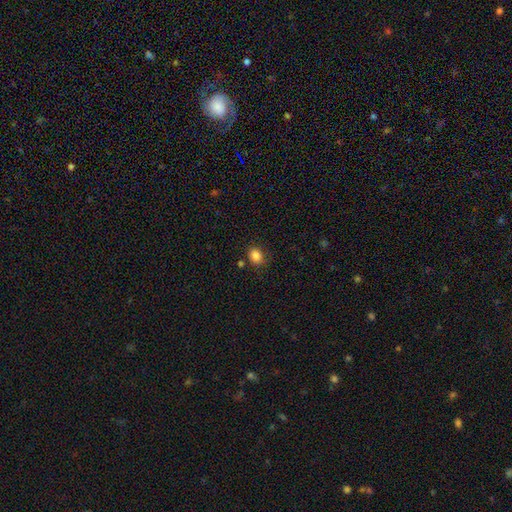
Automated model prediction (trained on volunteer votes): A smooth galaxy with no disk features (84%) that is round (60%). Merging: none (79%).